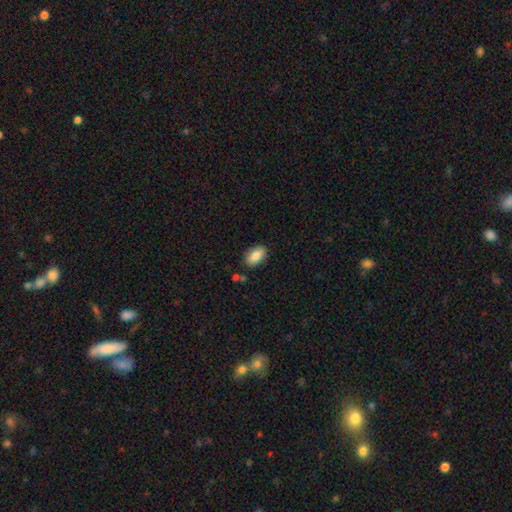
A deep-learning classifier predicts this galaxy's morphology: smooth_or_featured: smooth (p=0.86) [alt: star or artifact p=0.07]
how_rounded: in between (p=0.92) [alt: round p=0.05]
merging: none (p=0.85) [alt: minor disturbance p=0.10]